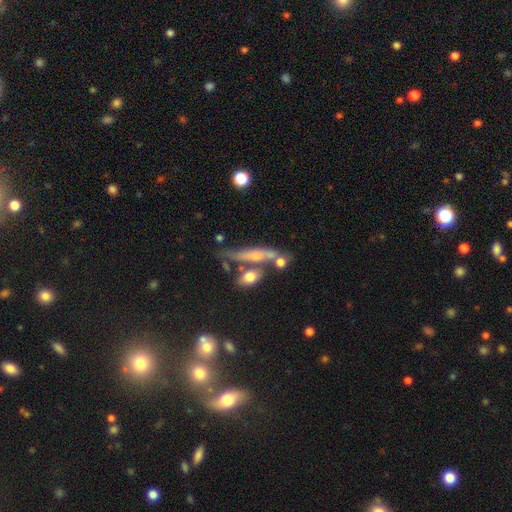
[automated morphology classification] featured or disk 46%, smooth 44%, star or artifact 10%. Down the decision tree: merging — none (54%).